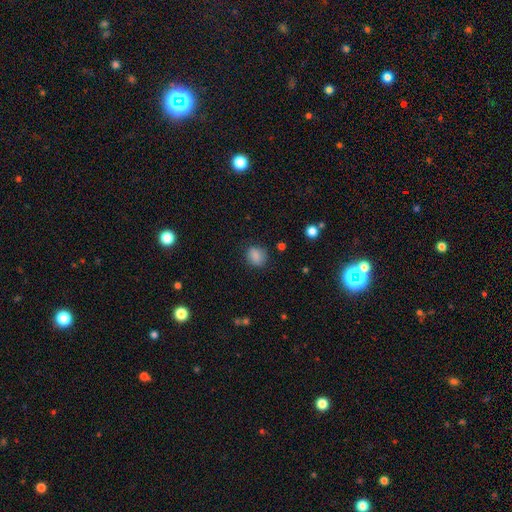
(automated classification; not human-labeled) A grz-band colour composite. It shows a smooth galaxy with no disk features (84%) that is round (67%). Merging: none (78%).